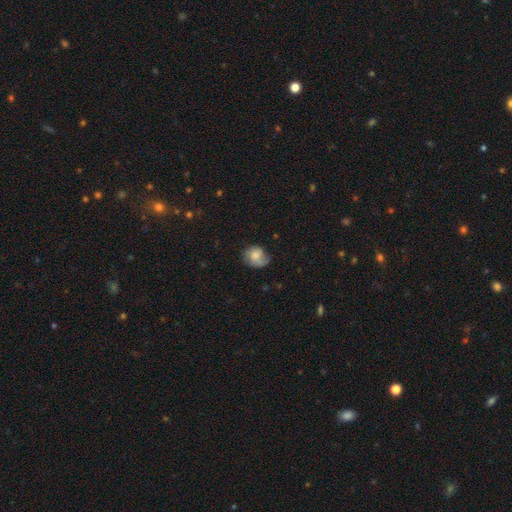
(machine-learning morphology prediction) A smooth galaxy with no disk features (64%) that is round (65%).

Vote fractions:
- Smooth or featured? smooth: 64% / featured or disk: 28% / star or artifact: 8%
- How rounded? round: 65% / in between: 34% / cigar-shaped: 1%
- Merging? none: 52% / minor disturbance: 31% / major disturbance: 15% / merger: 2%